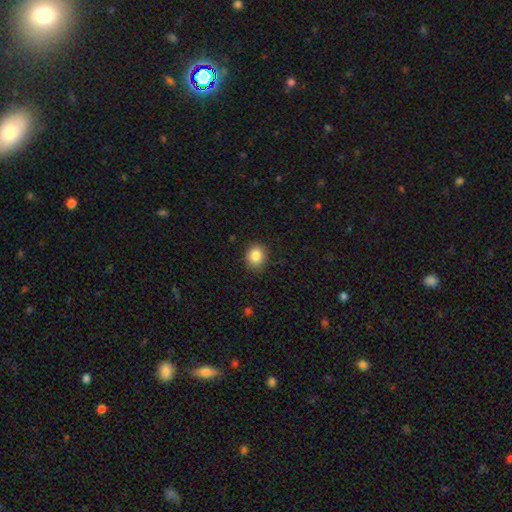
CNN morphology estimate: Smooth or featured? smooth (85%)
How rounded? round (72%)
Merging? none (88%)